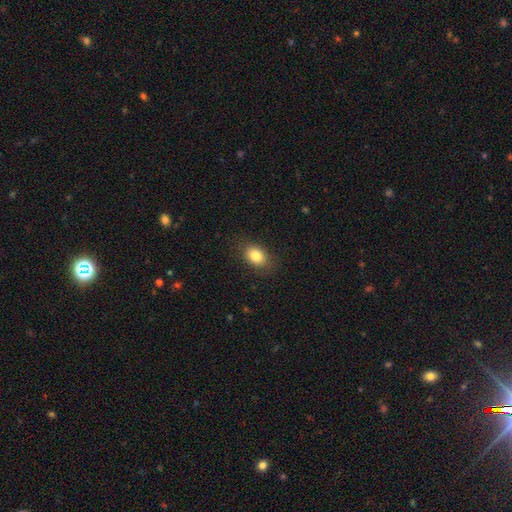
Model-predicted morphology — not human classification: smooth 83%, star or artifact 9%, featured or disk 8%. Down the decision tree: how rounded — in between (68%); merging — none (84%).